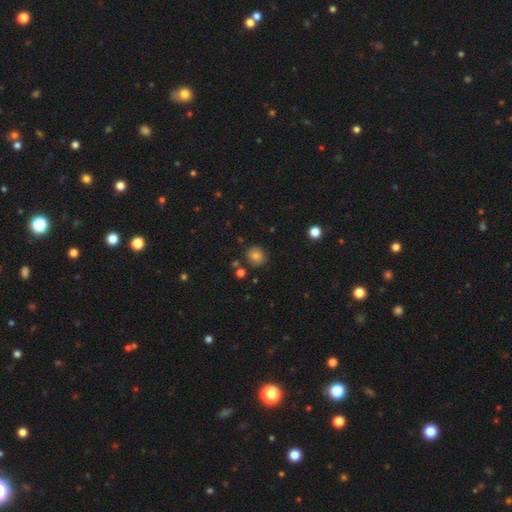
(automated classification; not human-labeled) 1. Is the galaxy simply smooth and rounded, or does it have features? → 79% smooth, 12% star or artifact, 8% featured or disk.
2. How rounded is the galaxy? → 85% round, 14% in between, 1% cigar-shaped.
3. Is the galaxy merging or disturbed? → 84% none, 9% minor disturbance, 4% merger, 2% major disturbance.